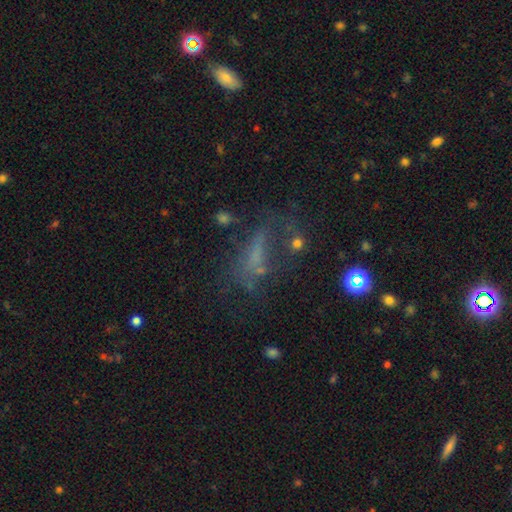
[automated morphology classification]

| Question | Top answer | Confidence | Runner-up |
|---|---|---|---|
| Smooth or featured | smooth | 37% | featured or disk (33%) |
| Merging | none | 41% | major disturbance (31%) |